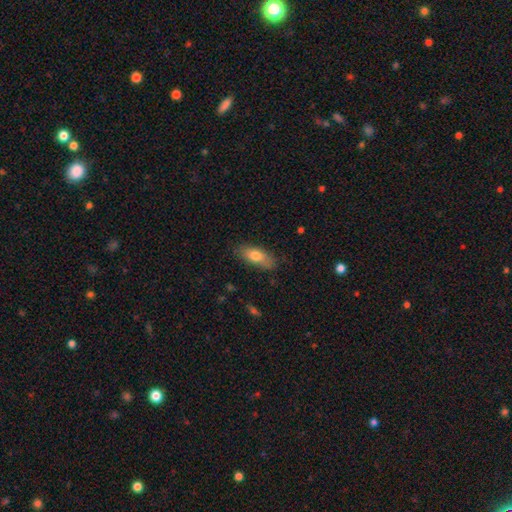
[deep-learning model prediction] smooth_or_featured: smooth (p=0.76) [alt: featured or disk p=0.17]
how_rounded: in between (p=0.76) [alt: cigar-shaped p=0.21]
merging: none (p=0.79) [alt: minor disturbance p=0.16]